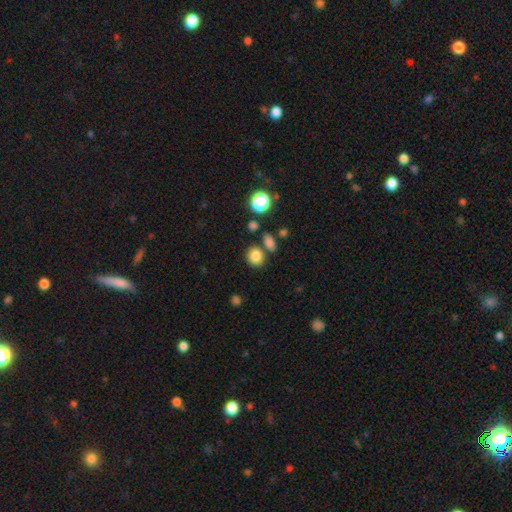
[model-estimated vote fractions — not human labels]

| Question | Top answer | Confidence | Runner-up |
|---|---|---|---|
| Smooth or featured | smooth | 82% | star or artifact (13%) |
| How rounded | round | 71% | in between (28%) |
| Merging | none | 73% | merger (13%) |